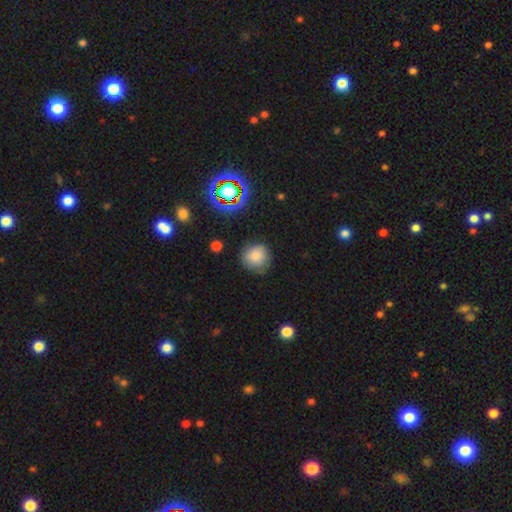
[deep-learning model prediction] A smooth galaxy with no disk features (80%) that is round (88%).

Vote fractions:
- Smooth or featured? smooth: 80% / star or artifact: 12% / featured or disk: 8%
- How rounded? round: 88% / in between: 11% / cigar-shaped: 1%
- Merging? none: 76% / minor disturbance: 18% / major disturbance: 4% / merger: 2%